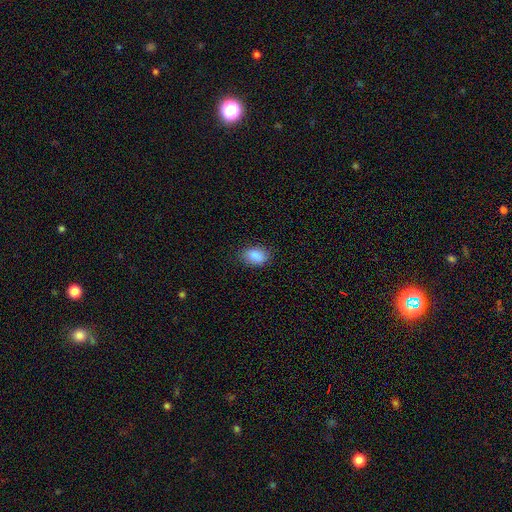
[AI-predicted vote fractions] Smooth or featured? smooth (89%)
How rounded? in between (86%)
Merging? none (83%)